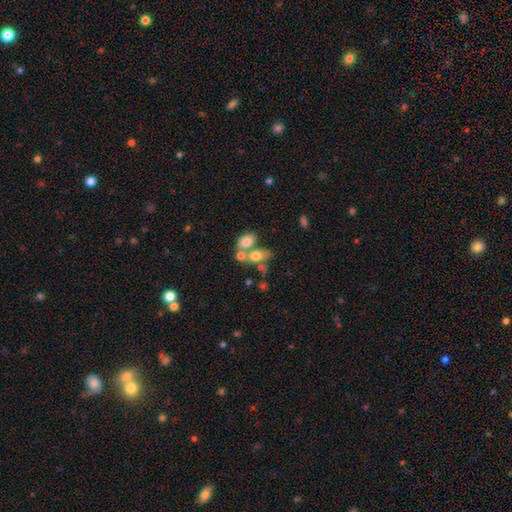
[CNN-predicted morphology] type=smooth (70%); roundness=in between (80%); merging=merger (53%).